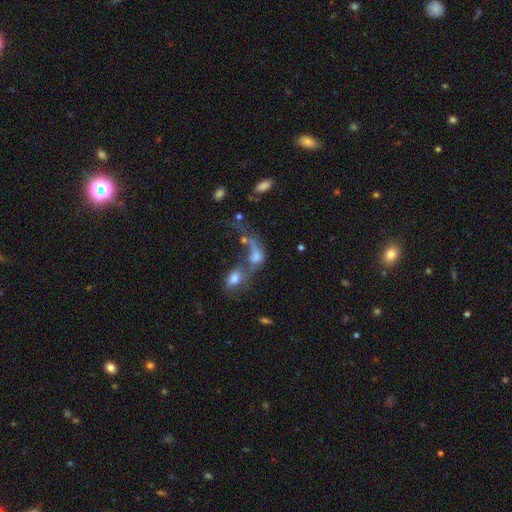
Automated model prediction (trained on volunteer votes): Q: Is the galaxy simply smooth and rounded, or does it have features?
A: smooth — 53%.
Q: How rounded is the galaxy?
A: in between — 69%.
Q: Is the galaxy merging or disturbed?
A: merger — 62%.